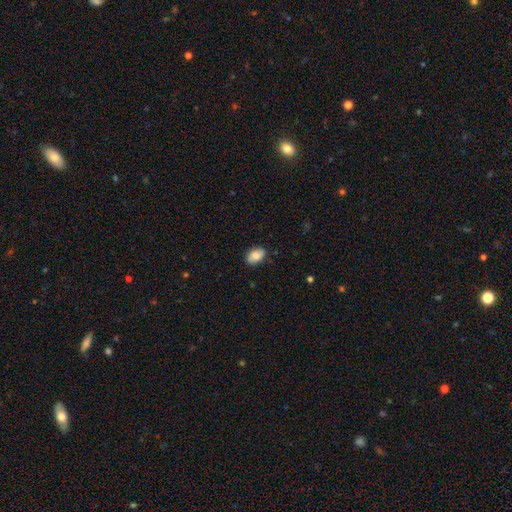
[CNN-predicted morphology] smooth-or-featured: smooth: 85% | featured or disk: 8% | star or artifact: 7%
  how-rounded: in between: 88% | round: 11% | cigar-shaped: 1%
  merging: none: 85% | minor disturbance: 11% | major disturbance: 2% | merger: 1%